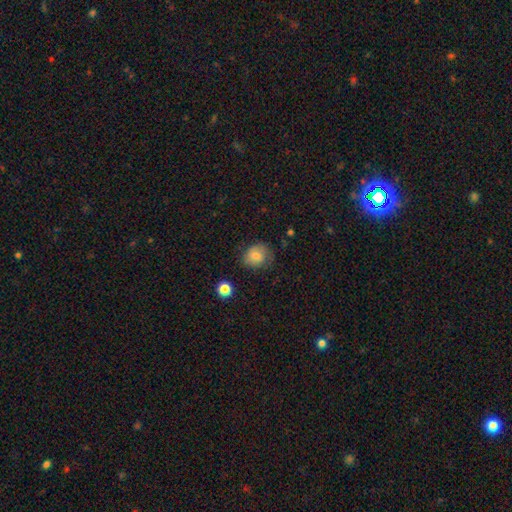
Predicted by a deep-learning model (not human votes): This is likely a smooth galaxy (79%). How rounded: likely round (69%). Merging: likely none (68%).